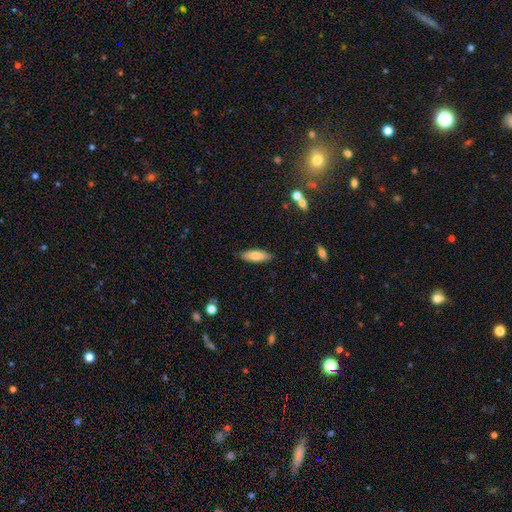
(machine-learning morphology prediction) smooth_or_featured: smooth (p=0.79) [alt: featured or disk p=0.15]
how_rounded: in between (p=0.54) [alt: cigar-shaped p=0.44]
merging: none (p=0.86) [alt: minor disturbance p=0.11]